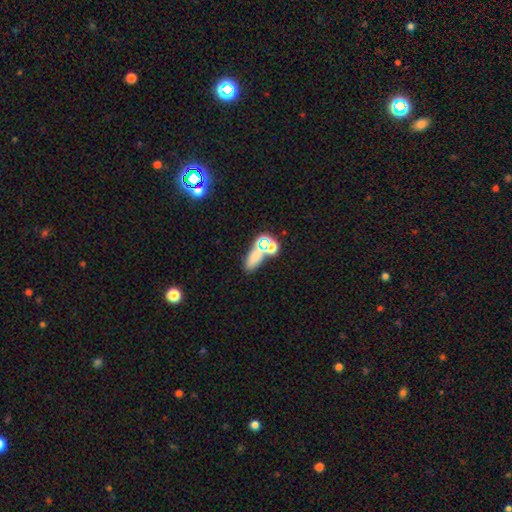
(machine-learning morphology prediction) Smooth or featured? smooth (61%)
How rounded? in between (68%)
Merging? none (52%)